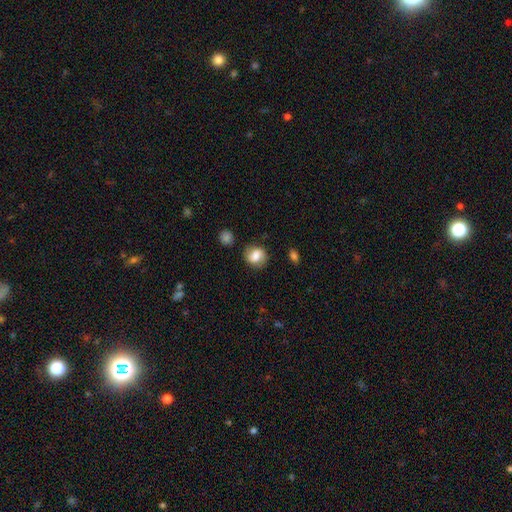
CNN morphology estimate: Smooth or featured? smooth (74%)
How rounded? round (63%)
Merging? none (75%)